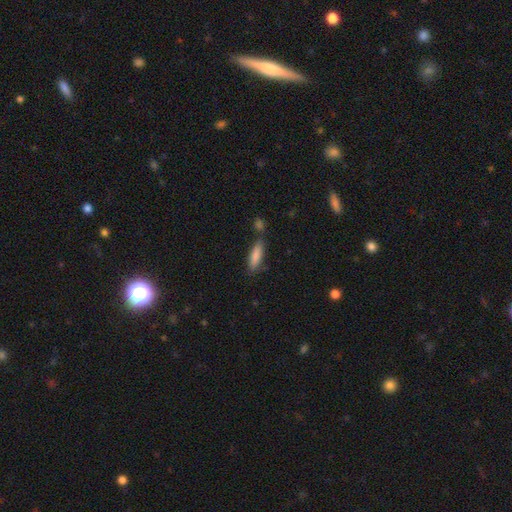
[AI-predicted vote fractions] Smooth or featured? Predicted: smooth (p=0.84). How rounded? Predicted: cigar-shaped (p=0.54). Merging? Predicted: none (p=0.69).